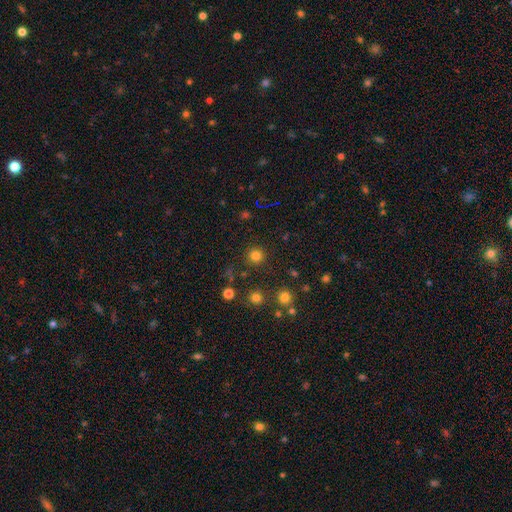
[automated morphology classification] smooth 80%, star or artifact 16%, featured or disk 5%. Down the decision tree: how rounded — round (95%); merging — none (89%).